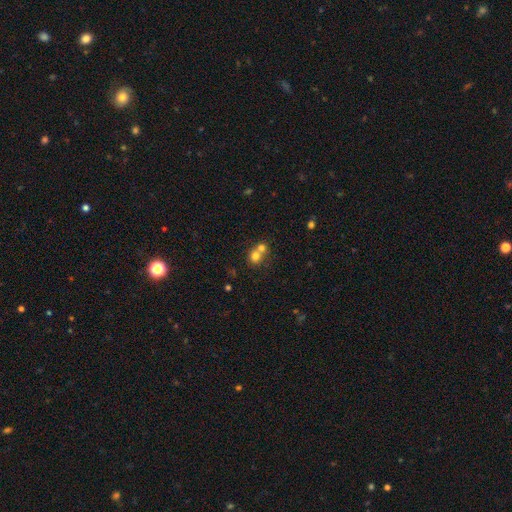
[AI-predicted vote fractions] This appears to be a smooth galaxy with no disk features (73%) that is round (79%). Merging: merger (58%).